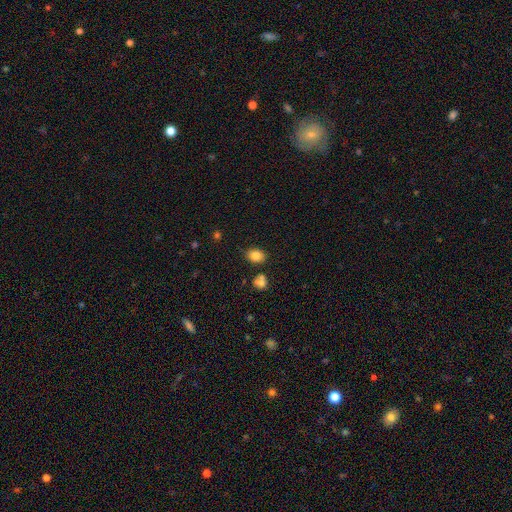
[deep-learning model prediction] Smooth or featured? smooth (84%)
How rounded? in between (66%)
Merging? none (79%)